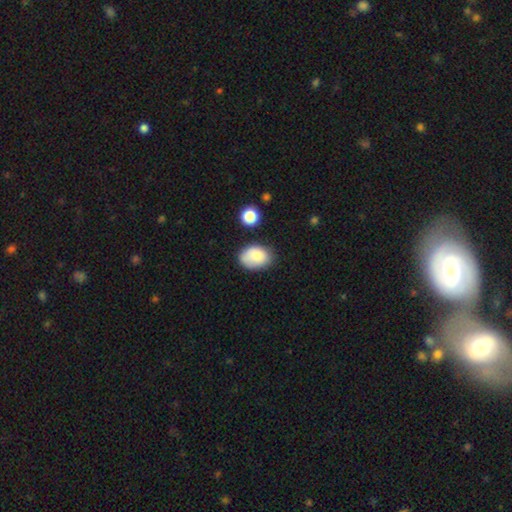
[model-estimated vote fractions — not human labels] This appears to be a smooth galaxy with no disk features (79%) that is in between round and cigar-shaped (78%). Merging: none (63%).